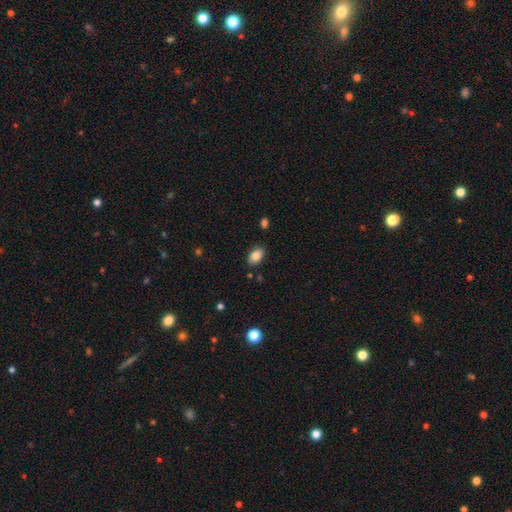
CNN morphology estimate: A smooth galaxy with no disk features (84%) that is in between round and cigar-shaped (89%). Merging: none (85%).